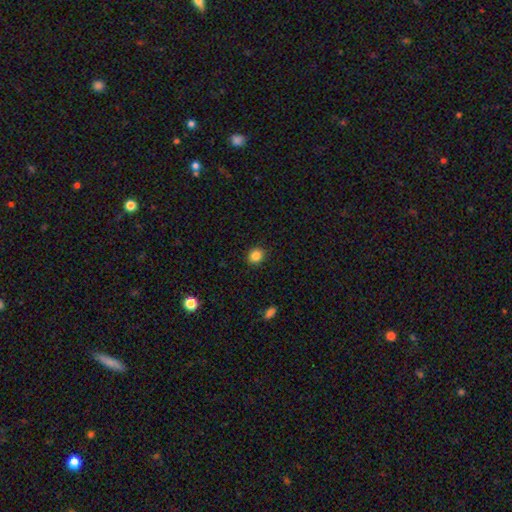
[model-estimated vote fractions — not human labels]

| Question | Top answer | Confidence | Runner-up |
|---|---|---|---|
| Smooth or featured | smooth | 86% | star or artifact (11%) |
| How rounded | round | 75% | in between (24%) |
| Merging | none | 90% | minor disturbance (7%) |